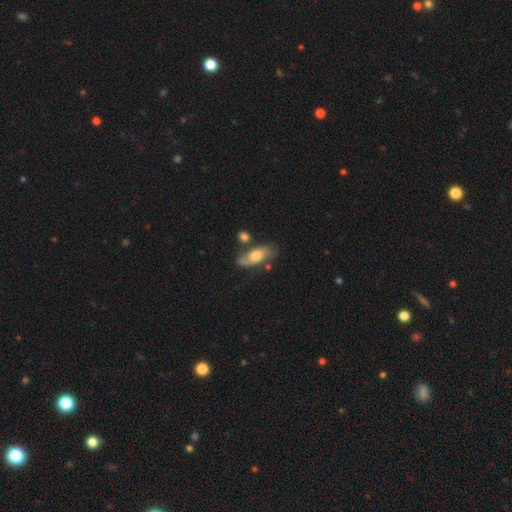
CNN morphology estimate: smooth_or_featured: smooth (p=0.57) [alt: featured or disk p=0.37]
how_rounded: in between (p=0.77) [alt: cigar-shaped p=0.18]
merging: none (p=0.62) [alt: minor disturbance p=0.19]